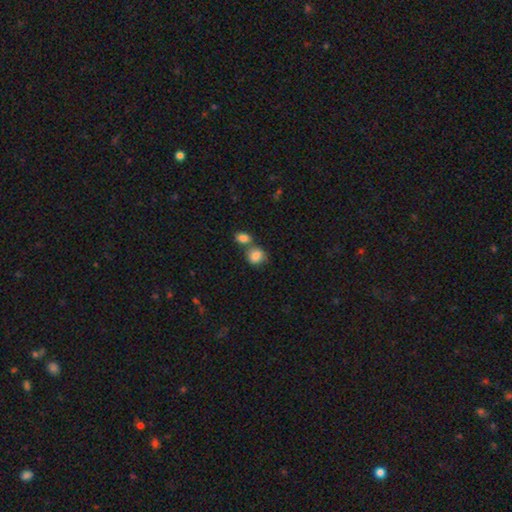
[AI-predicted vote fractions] Morphology: type=smooth (83%); roundness=round (61%); merging=none (44%).